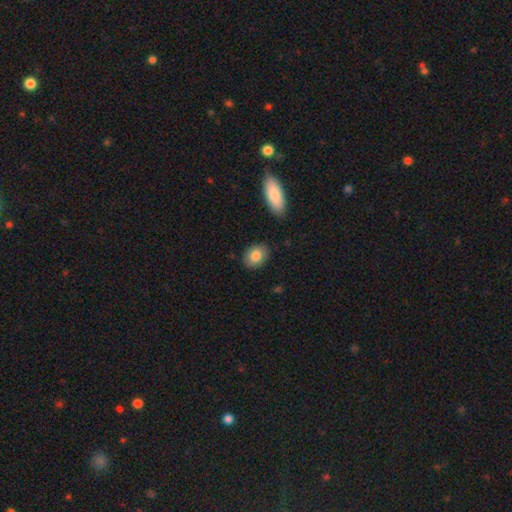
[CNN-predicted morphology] Smooth or featured? smooth (83%)
How rounded? in between (67%)
Merging? none (86%)